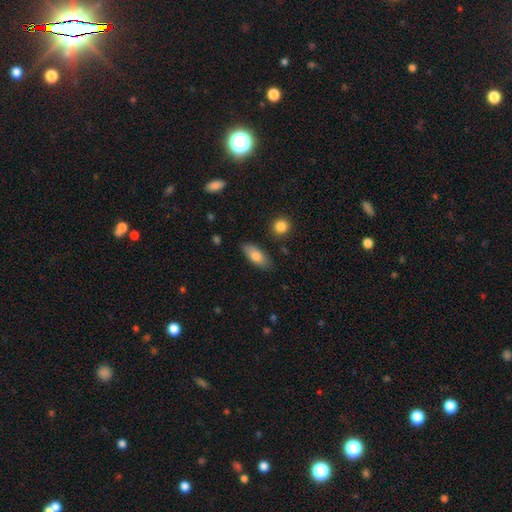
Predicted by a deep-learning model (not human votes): Smooth or featured? smooth (79%)
How rounded? in between (84%)
Merging? none (82%)